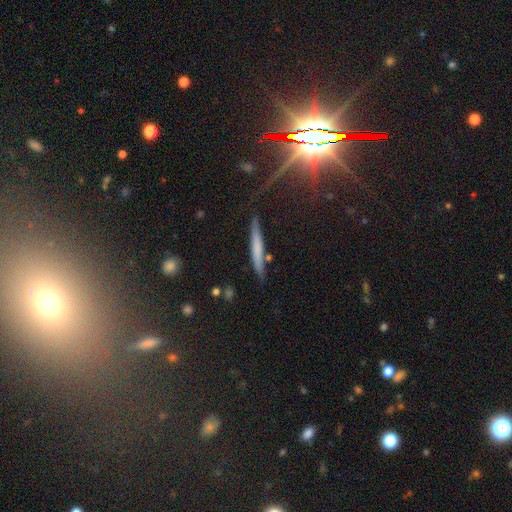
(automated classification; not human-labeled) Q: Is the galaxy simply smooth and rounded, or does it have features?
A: smooth — 64%.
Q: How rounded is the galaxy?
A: cigar-shaped — 94%.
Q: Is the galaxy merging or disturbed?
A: none — 80%.